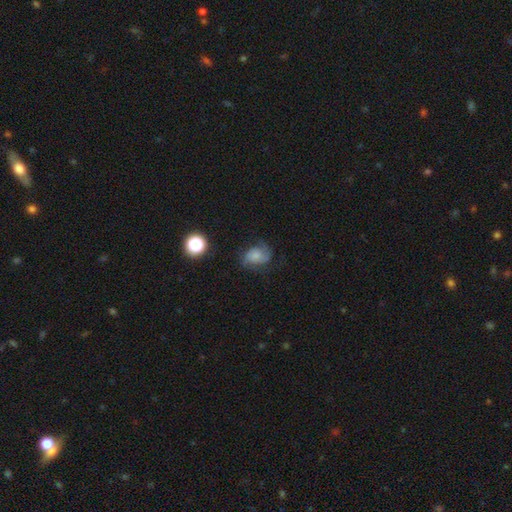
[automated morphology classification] smooth 45%, featured or disk 43%, star or artifact 12%. Down the decision tree: merging — none (55%).